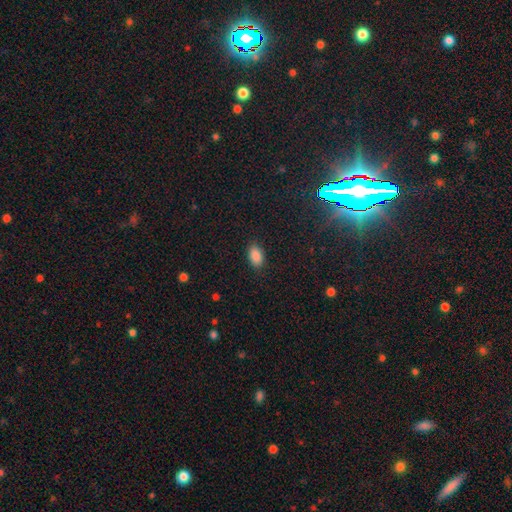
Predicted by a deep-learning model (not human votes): Smooth or featured? smooth (88%)
How rounded? in between (92%)
Merging? none (87%)